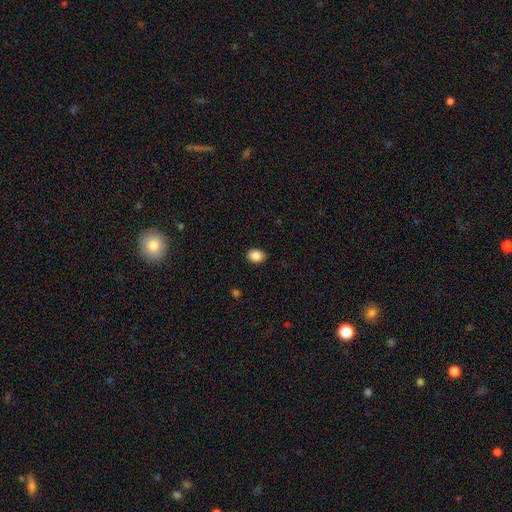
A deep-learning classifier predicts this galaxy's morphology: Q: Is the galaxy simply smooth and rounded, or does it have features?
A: smooth — 88%.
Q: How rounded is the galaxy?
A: in between — 65%.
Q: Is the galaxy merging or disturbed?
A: none — 89%.